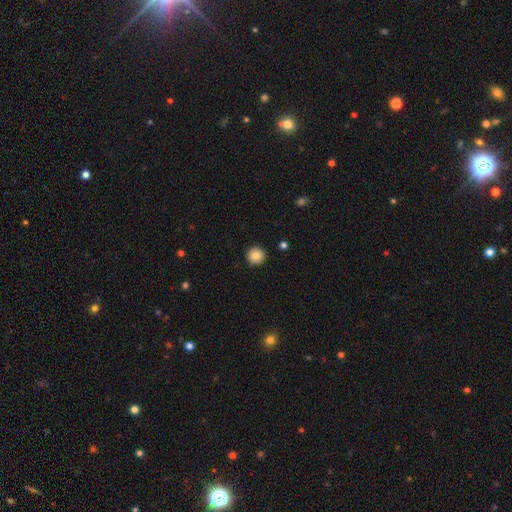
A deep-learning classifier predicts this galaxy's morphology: A smooth galaxy with no disk features (86%) that is round (95%). Merging: none (92%).